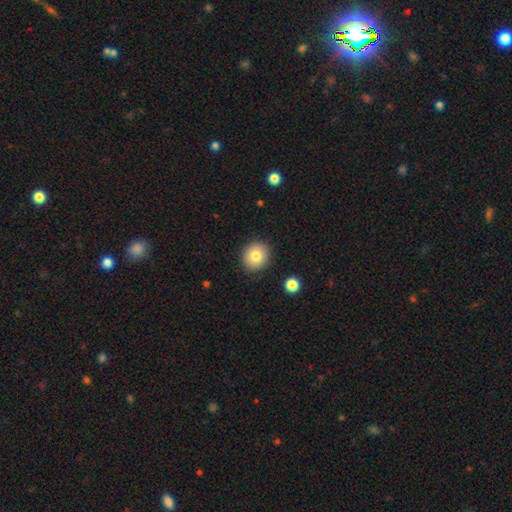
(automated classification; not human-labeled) This is clearly a smooth galaxy (80%). How rounded: clearly round (86%). Merging: clearly none (90%).